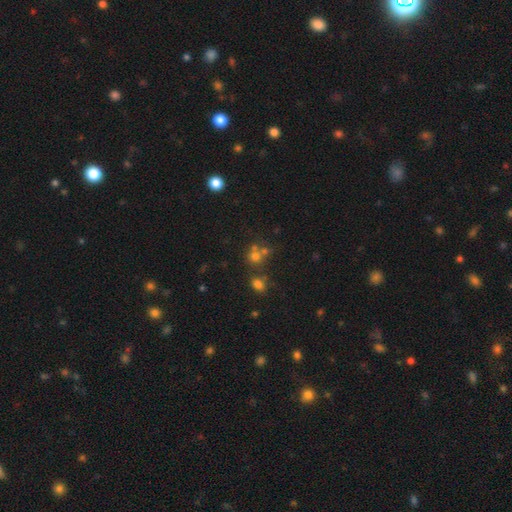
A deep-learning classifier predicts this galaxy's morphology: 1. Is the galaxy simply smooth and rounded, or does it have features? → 64% smooth, 22% star or artifact, 14% featured or disk.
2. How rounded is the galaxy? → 81% round, 18% in between, 1% cigar-shaped.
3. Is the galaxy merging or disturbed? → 48% none, 38% merger, 9% minor disturbance, 5% major disturbance.